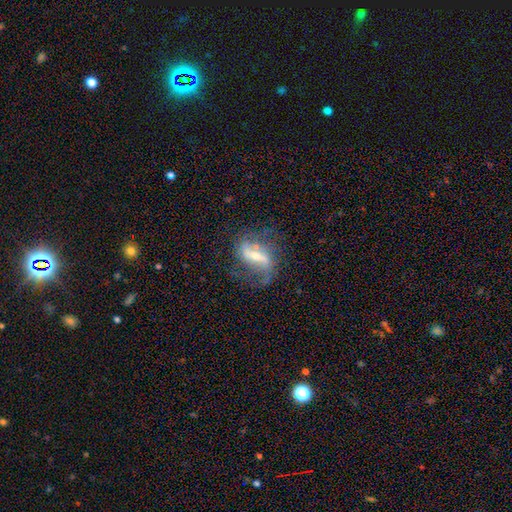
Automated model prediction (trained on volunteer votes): Smooth or featured: featured or disk — 79% (smooth — 13%)
Edge-on disk: no — 90% (yes — 10%)
Bar: strong — 57% (weak — 29%)
Spiral arms: yes — 86% (no — 14%)
Spiral winding: loose — 66% (medium — 26%)
Spiral arm count: 2 — 84% (1 — 8%)
Bulge size: moderate — 49% (small — 43%)
Merging: none — 61% (minor disturbance — 19%)